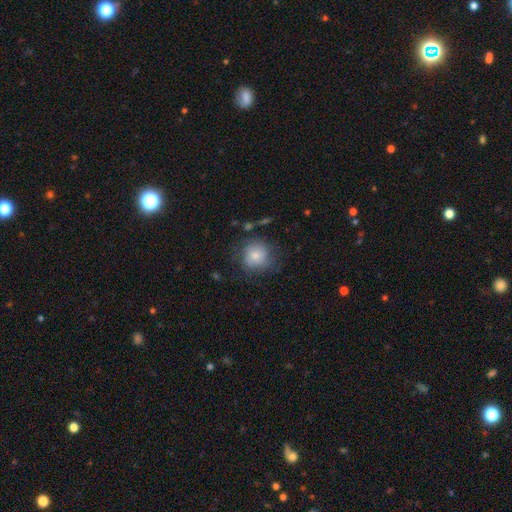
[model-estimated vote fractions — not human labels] A smooth galaxy with no disk features (72%) that is round (85%). Merging: none (62%).